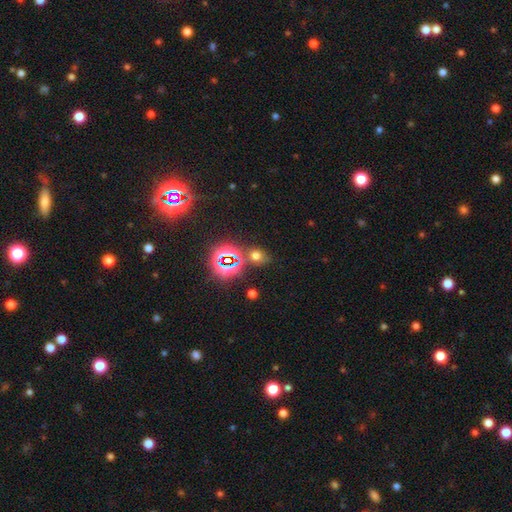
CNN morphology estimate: smooth-or-featured: smooth: 53% | star or artifact: 39% | featured or disk: 8%
  how-rounded: round: 49% (tied) | in between: 49% (tied) | cigar-shaped: 2%
  merging: none: 68% | merger: 14% | minor disturbance: 13% | major disturbance: 6%